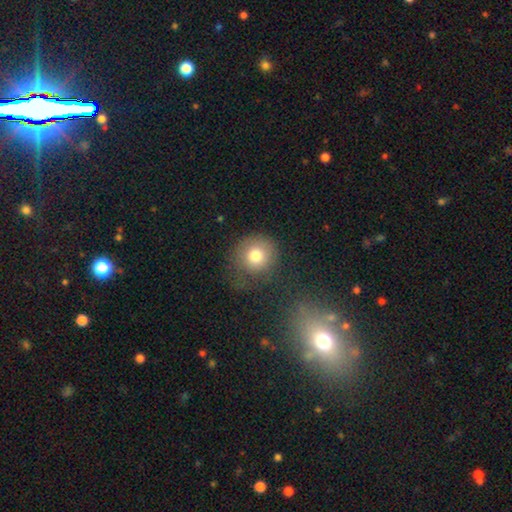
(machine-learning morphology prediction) A smooth galaxy with no disk features (77%) that is round (90%).

Vote fractions:
- Smooth or featured? smooth: 77% / featured or disk: 12% / star or artifact: 10%
- How rounded? round: 90% / in between: 9% / cigar-shaped: 1%
- Merging? none: 65% / minor disturbance: 20% / major disturbance: 12% / merger: 3%